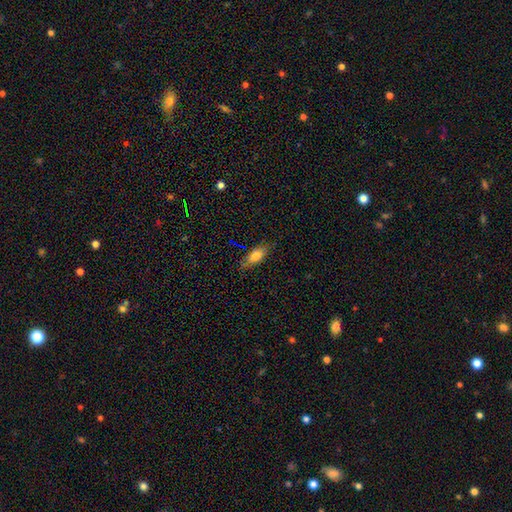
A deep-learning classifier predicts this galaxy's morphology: A smooth galaxy with no disk features (76%) that is in between round and cigar-shaped (76%). Merging: none (78%).